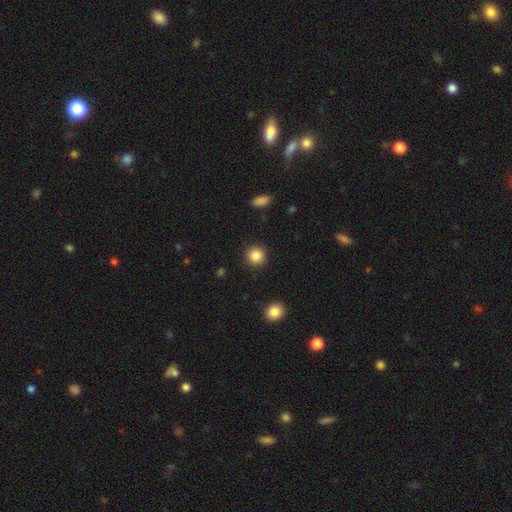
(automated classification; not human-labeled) smooth 87%, star or artifact 9%, featured or disk 4%. Down the decision tree: how rounded — round (92%); merging — none (90%).